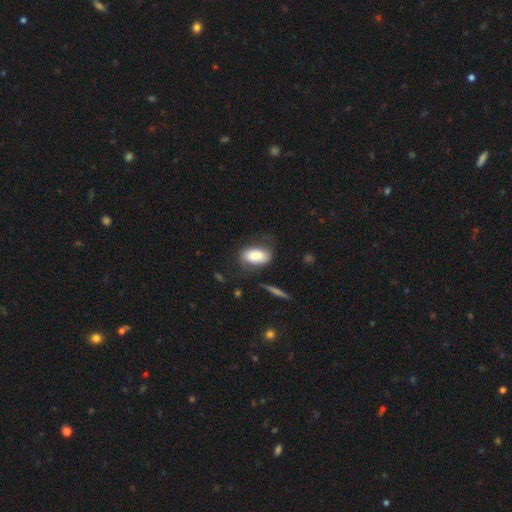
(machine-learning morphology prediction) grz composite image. It shows a smooth galaxy with no disk features (75%) that is in between round and cigar-shaped (91%). Merging: none (59%).